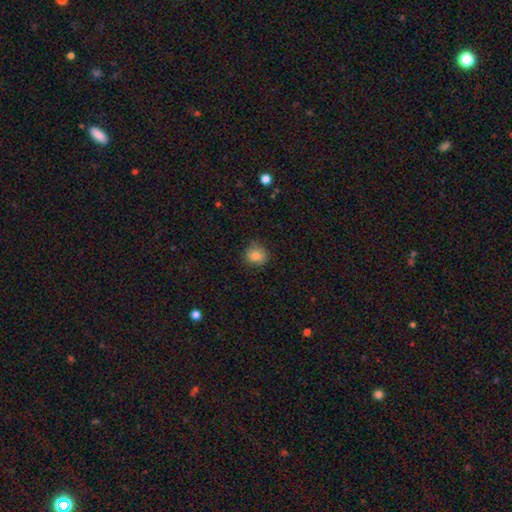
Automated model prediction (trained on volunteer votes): smooth_or_featured: smooth (p=0.81) [alt: star or artifact p=0.11]
how_rounded: round (p=0.80) [alt: in between p=0.19]
merging: none (p=0.80) [alt: minor disturbance p=0.16]